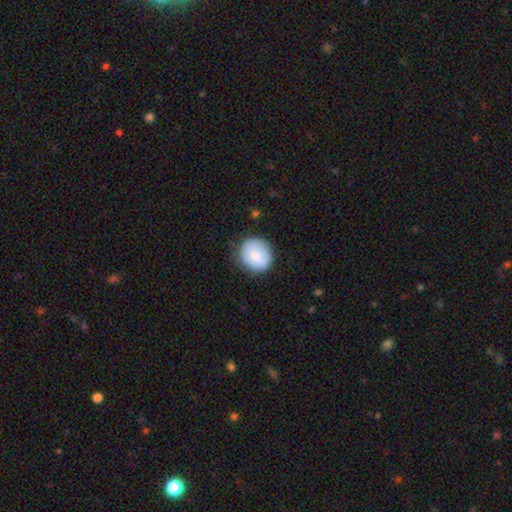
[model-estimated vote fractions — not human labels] Smooth or featured? Predicted: smooth (p=0.80). How rounded? Predicted: round (p=0.78). Merging? Predicted: none (p=0.78).